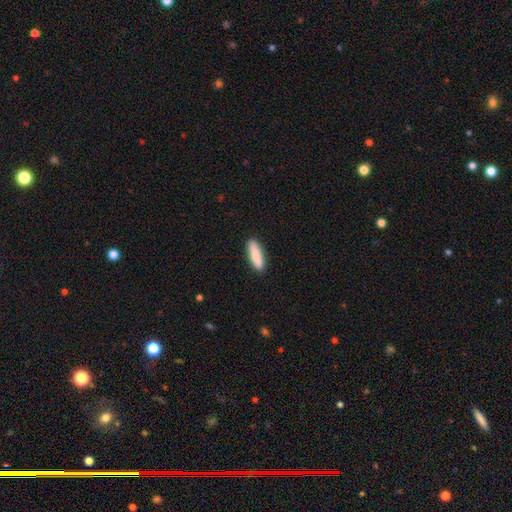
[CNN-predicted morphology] Smooth or featured?
  - smooth: 85% *
  - featured or disk: 10%
  - star or artifact: 5%
How rounded?
  - cigar-shaped: 63% *
  - in between: 36%
  - round: 2%
Merging?
  - none: 89% *
  - minor disturbance: 8%
  - major disturbance: 2%
  - merger: 1%